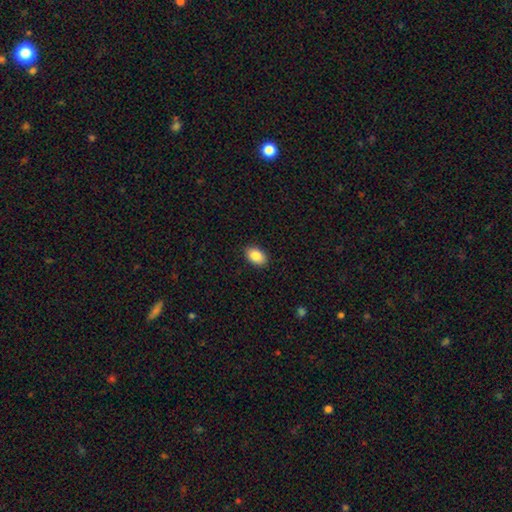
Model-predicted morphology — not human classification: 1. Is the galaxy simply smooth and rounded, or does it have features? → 86% smooth, 7% star or artifact, 7% featured or disk.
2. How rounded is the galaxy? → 89% in between, 10% round, 1% cigar-shaped.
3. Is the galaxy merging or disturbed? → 89% none, 8% minor disturbance, 2% major disturbance, 1% merger.